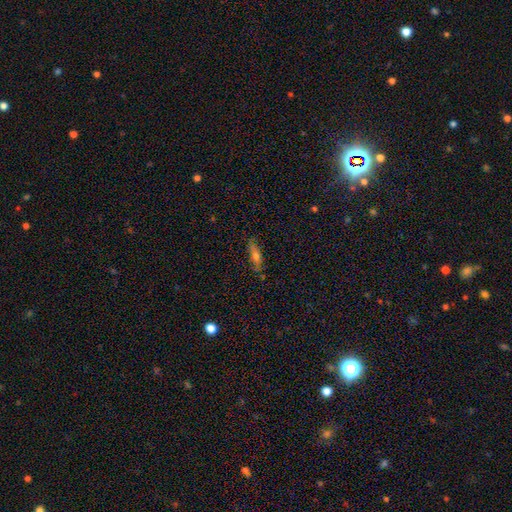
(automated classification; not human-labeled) Q: Smooth or featured?
A: smooth (53%); runner-up: featured or disk (36%)
Q: How rounded?
A: cigar-shaped (49%); runner-up: in between (47%)
Q: Merging?
A: none (80%); runner-up: minor disturbance (15%)